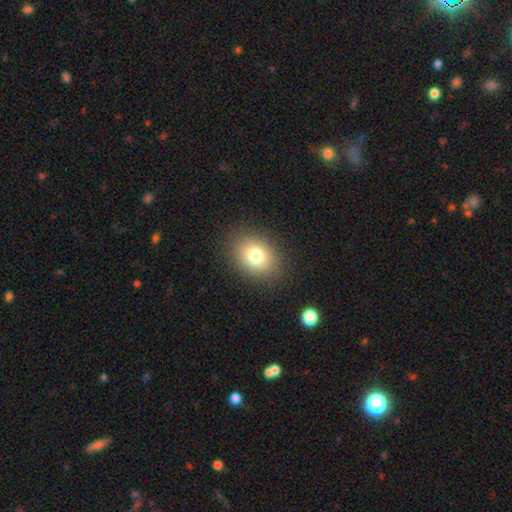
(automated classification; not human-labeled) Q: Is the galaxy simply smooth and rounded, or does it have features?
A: smooth — 77%.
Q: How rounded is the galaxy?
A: in between — 58%.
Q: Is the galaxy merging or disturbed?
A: none — 87%.